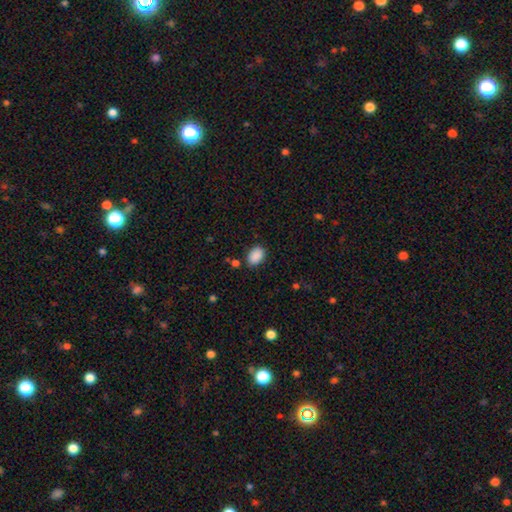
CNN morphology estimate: Smooth or featured?
  - smooth: 89% *
  - star or artifact: 8%
  - featured or disk: 3%
How rounded?
  - in between: 84% *
  - round: 15%
  - cigar-shaped: 1%
Merging?
  - none: 82% *
  - minor disturbance: 12%
  - major disturbance: 3%
  - merger: 3%